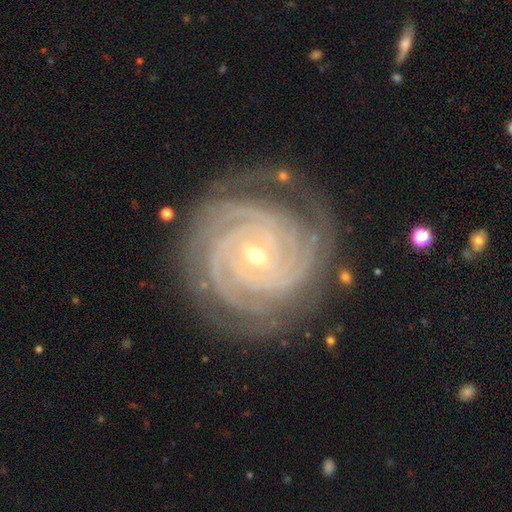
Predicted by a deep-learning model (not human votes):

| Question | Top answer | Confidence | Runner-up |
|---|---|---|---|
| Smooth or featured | featured or disk | 93% | star or artifact (4%) |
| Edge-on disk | no | 98% | yes (2%) |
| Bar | no | 42% | weak (37%) |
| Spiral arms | yes | 99% | no (1%) |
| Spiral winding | tight | 88% | medium (10%) |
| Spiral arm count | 4 | 32% | 3 (23%) |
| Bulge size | small | 61% | moderate (36%) |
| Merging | none | 79% | minor disturbance (15%) |